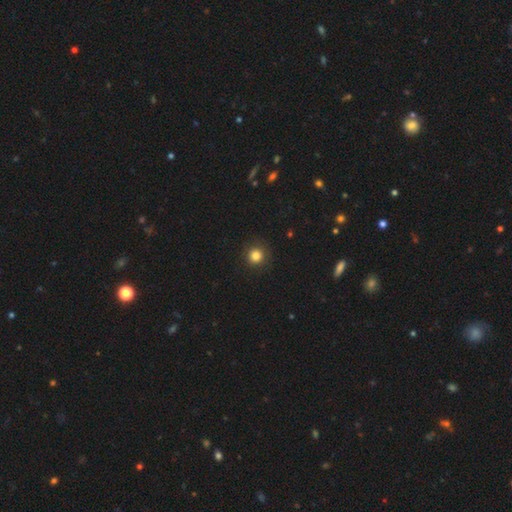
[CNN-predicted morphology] This is clearly a smooth galaxy (83%). How rounded: clearly round (94%). Merging: clearly none (88%).